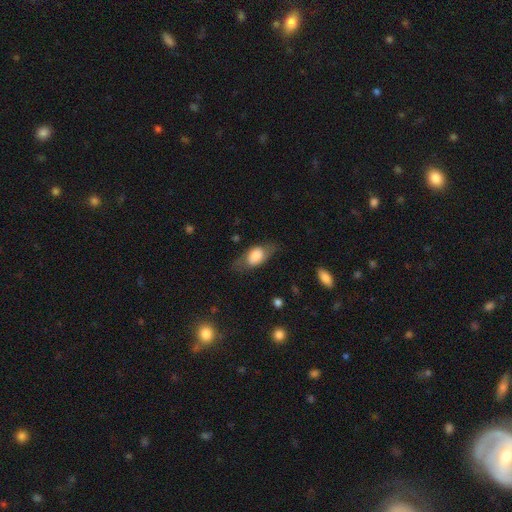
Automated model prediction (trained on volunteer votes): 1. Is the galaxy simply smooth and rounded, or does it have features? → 65% smooth, 27% featured or disk, 7% star or artifact.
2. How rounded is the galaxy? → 84% in between, 9% round, 7% cigar-shaped.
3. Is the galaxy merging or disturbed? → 67% none, 21% minor disturbance, 11% major disturbance, 1% merger.